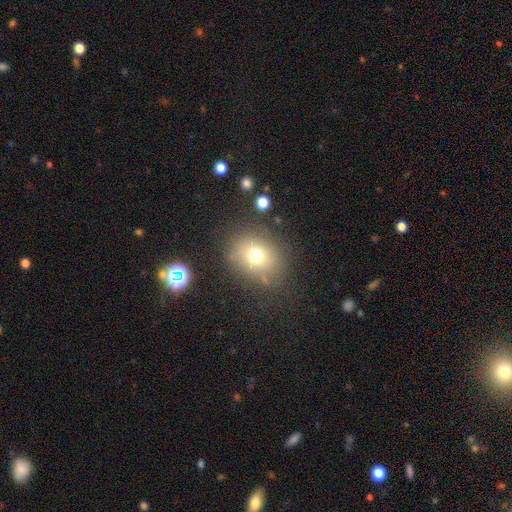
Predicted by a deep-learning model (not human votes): Morphology: type=smooth (71%); roundness=round (66%); merging=none (74%).